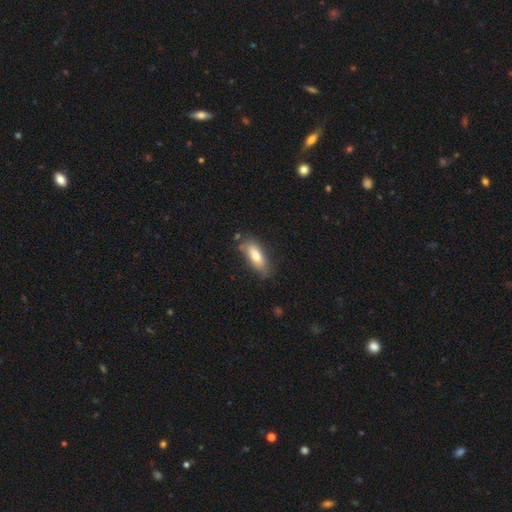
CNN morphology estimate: This is likely a smooth galaxy (74%). How rounded: likely in between (72%). Merging: likely none (70%).